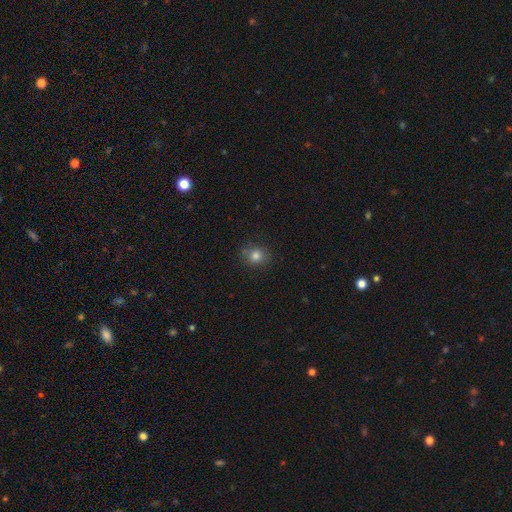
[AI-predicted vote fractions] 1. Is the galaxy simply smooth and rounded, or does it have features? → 80% smooth, 13% star or artifact, 7% featured or disk.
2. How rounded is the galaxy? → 74% round, 25% in between, 1% cigar-shaped.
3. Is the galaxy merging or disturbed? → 82% none, 13% minor disturbance, 3% major disturbance, 2% merger.